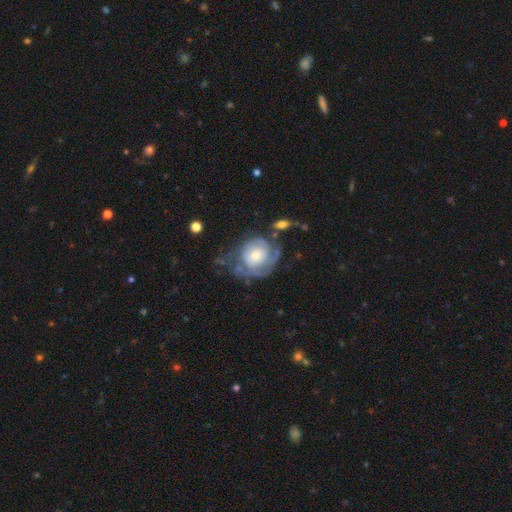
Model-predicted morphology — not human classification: smooth-or-featured: featured or disk: 58% | smooth: 35% | star or artifact: 7%
  disk-edge-on: no: 97% | yes: 3%
    bar: no: 81% | weak: 16% | strong: 3%
    has-spiral-arms: yes: 69% | no: 31%
    bulge-size: moderate: 46% | small: 32% | large: 16% | none: 3% | dominant: 3%
  merging: none: 39% | major disturbance: 29% | minor disturbance: 26% | merger: 5%